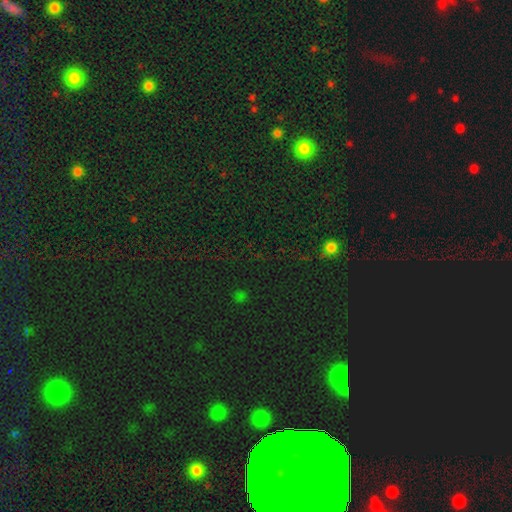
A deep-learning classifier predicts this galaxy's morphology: Q: Smooth or featured?
A: star or artifact (72%); runner-up: smooth (20%)